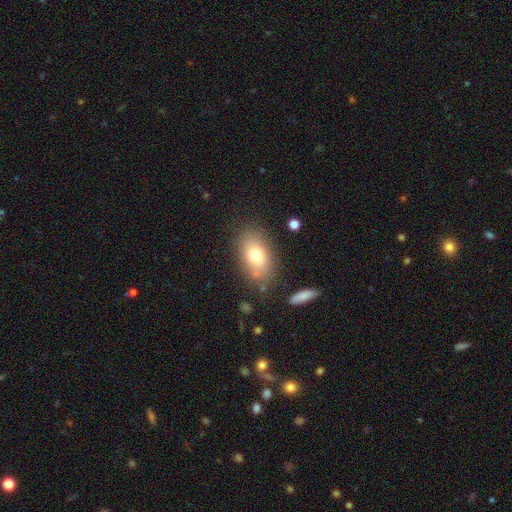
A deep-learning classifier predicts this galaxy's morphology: This appears to be a smooth galaxy with no disk features (75%) that is in between round and cigar-shaped (87%). Merging: none (78%).